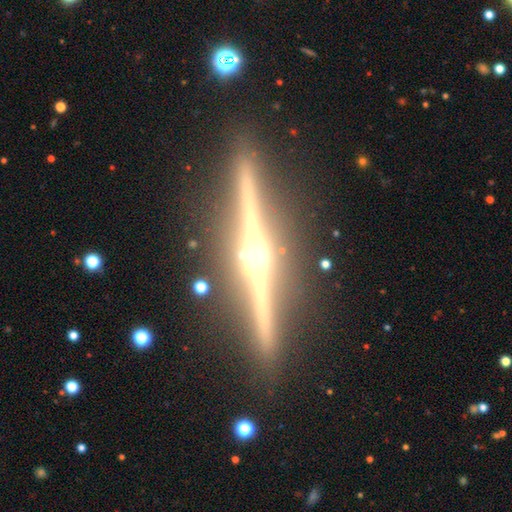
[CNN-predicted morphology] A featured or disk galaxy (90%) viewed edge-on (99%) with a rounded central bulge (93%).

Vote fractions:
- Smooth or featured? featured or disk: 90% / star or artifact: 5% / smooth: 5%
- Edge-on disk? yes: 99% / no: 1%
- Edge-on bulge? rounded: 93% / boxy: 4% / none: 3%
- Merging? none: 91% / minor disturbance: 6% / major disturbance: 2% / merger: 1%